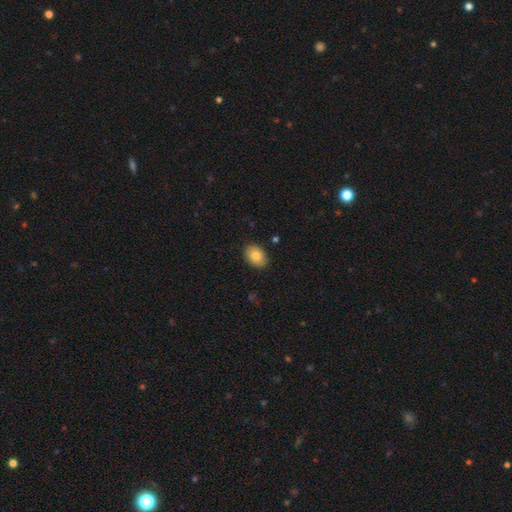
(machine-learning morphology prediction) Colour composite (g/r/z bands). It shows a smooth galaxy with no disk features (83%) that is in between round and cigar-shaped (81%). Merging: none (88%).